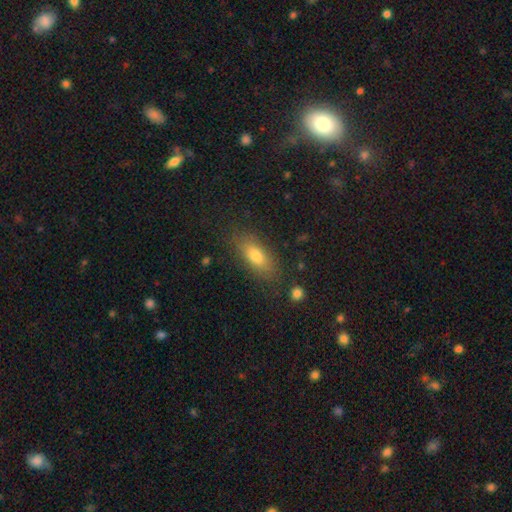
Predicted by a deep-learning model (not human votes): Morphology: type=smooth (75%); roundness=in between (75%); merging=none (82%).